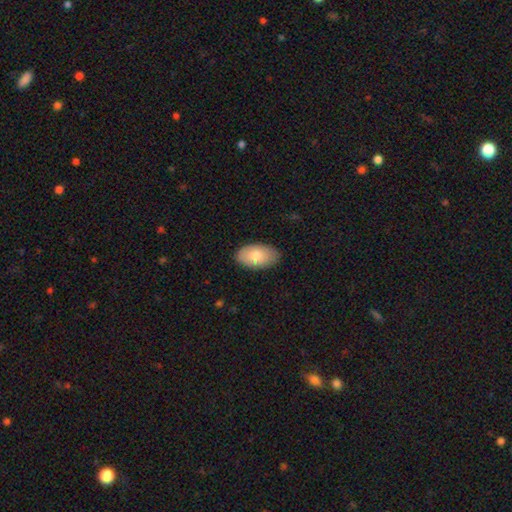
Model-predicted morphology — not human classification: The model was most divided on "smooth or featured": smooth: 78%, featured or disk: 15%, star or artifact: 6%. More confident: how rounded — in between (94%); merging — none (85%).